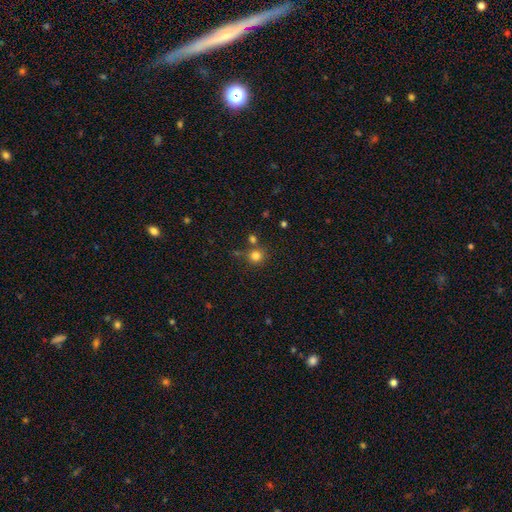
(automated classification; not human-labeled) A smooth galaxy with no disk features (80%) that is round (91%). Merging: none (71%).